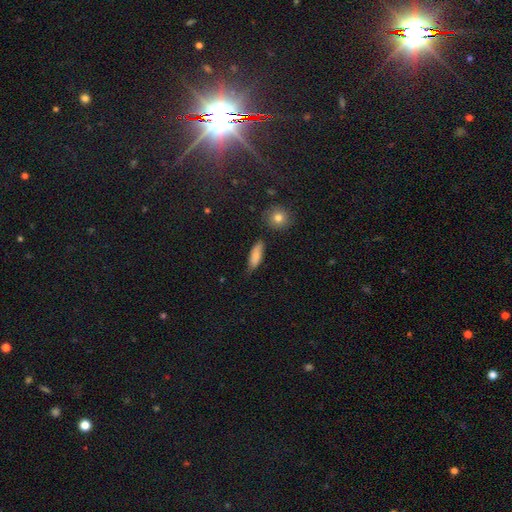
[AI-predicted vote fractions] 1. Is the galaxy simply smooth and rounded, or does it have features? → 80% smooth, 12% featured or disk, 7% star or artifact.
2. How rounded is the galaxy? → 61% in between, 36% cigar-shaped, 3% round.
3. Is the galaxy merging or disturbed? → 70% none, 22% minor disturbance, 4% major disturbance, 3% merger.